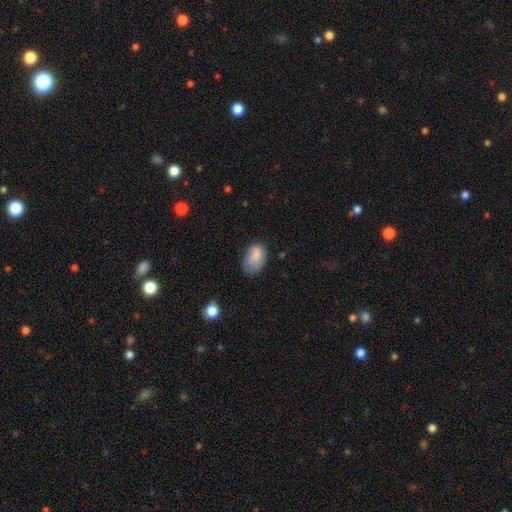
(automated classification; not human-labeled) Overall: smooth (80%). How rounded: in between (87%). Merging: none (49%; minor disturbance 35%).